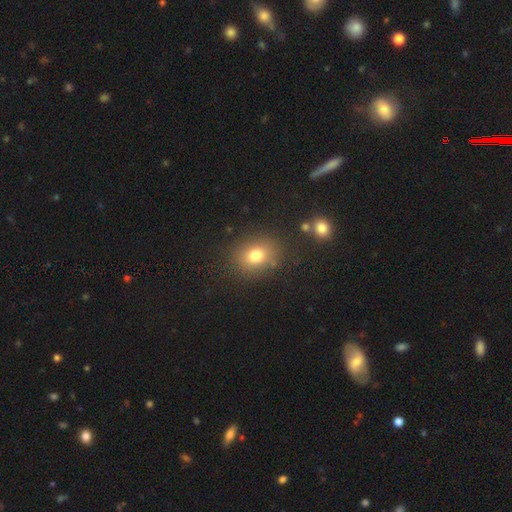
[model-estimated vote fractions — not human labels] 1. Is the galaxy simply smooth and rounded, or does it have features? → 78% smooth, 13% star or artifact, 9% featured or disk.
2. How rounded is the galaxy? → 53% round, 46% in between, 1% cigar-shaped.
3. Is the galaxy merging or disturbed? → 82% none, 10% minor disturbance, 4% major disturbance, 3% merger.